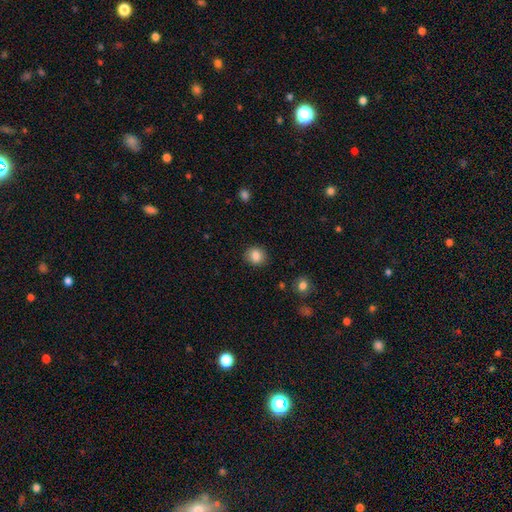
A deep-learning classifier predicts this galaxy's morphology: Smooth or featured? smooth (85%)
How rounded? round (81%)
Merging? none (89%)